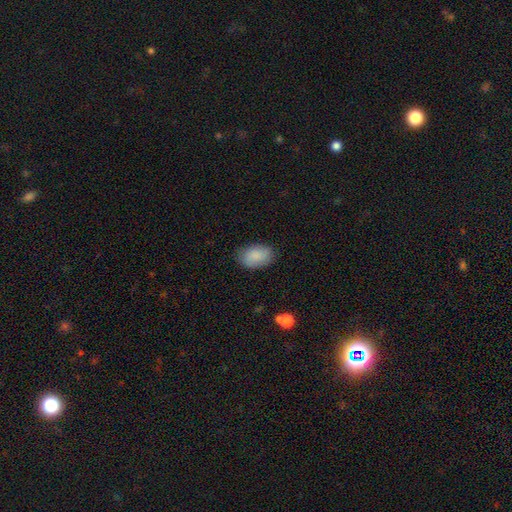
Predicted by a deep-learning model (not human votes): Overall: smooth (86%). How rounded: in between (92%). Merging: none (83%).